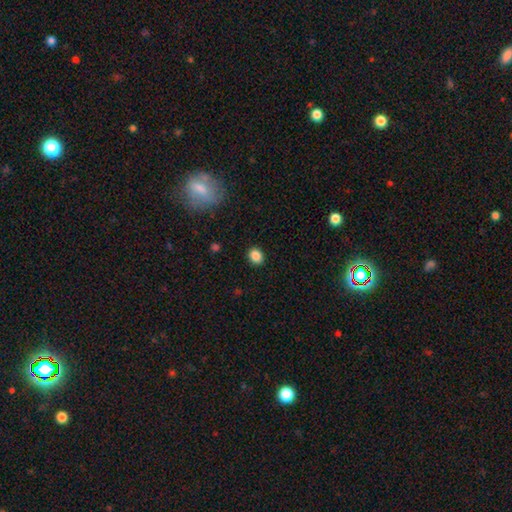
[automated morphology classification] Smooth or featured?
  - smooth: 87% *
  - star or artifact: 9%
  - featured or disk: 4%
How rounded?
  - round: 50% *
  - in between: 49%
  - cigar-shaped: 1%
Merging?
  - none: 89% *
  - minor disturbance: 8%
  - major disturbance: 2%
  - merger: 1%